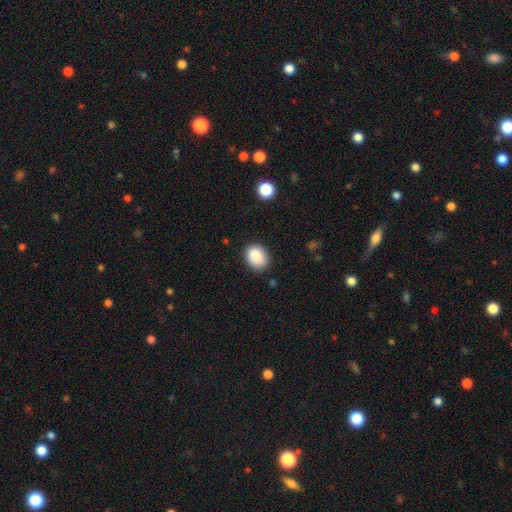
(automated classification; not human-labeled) A smooth galaxy with no disk features (87%) that is in between round and cigar-shaped (55%).

Vote fractions:
- Smooth or featured? smooth: 87% / star or artifact: 9% / featured or disk: 5%
- How rounded? in between: 55% / round: 44% / cigar-shaped: 1%
- Merging? none: 80% / minor disturbance: 15% / major disturbance: 3% / merger: 2%